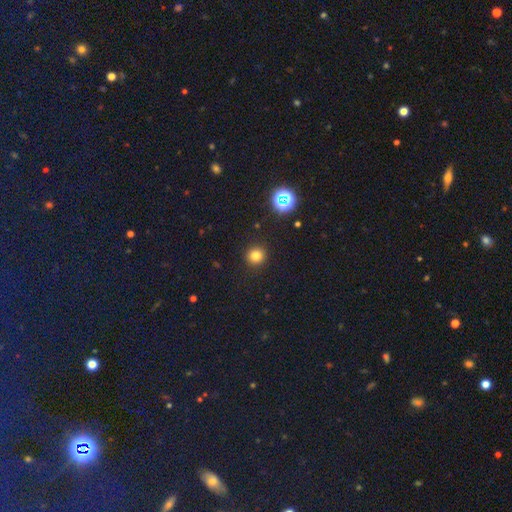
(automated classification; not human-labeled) Smooth or featured: smooth — 78% (star or artifact — 17%)
How rounded: round — 93% (in between — 6%)
Merging: none — 92% (minor disturbance — 5%)